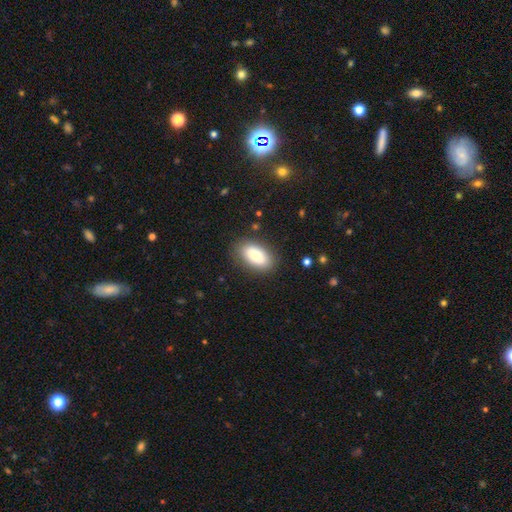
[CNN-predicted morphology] Smooth or featured?
  - smooth: 75% *
  - featured or disk: 17%
  - star or artifact: 7%
How rounded?
  - in between: 92% *
  - round: 6%
  - cigar-shaped: 2%
Merging?
  - none: 84% *
  - minor disturbance: 11%
  - major disturbance: 3%
  - merger: 1%